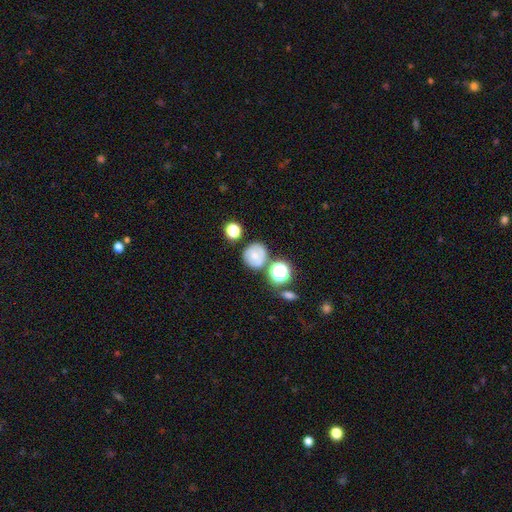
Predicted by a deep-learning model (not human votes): A smooth galaxy with no disk features (57%) that is round (84%). Merging: none (65%).